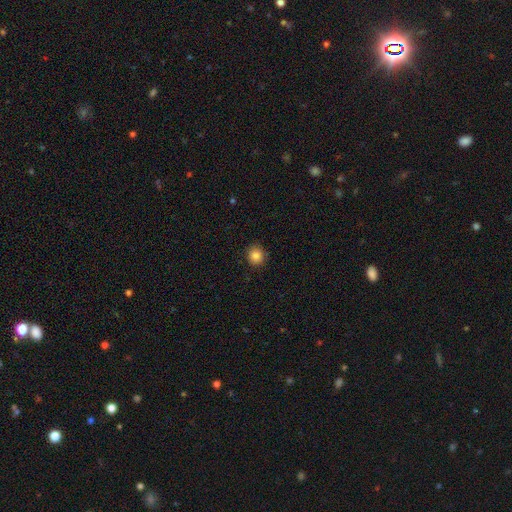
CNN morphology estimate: This is clearly a smooth galaxy (84%). How rounded: clearly round (90%). Merging: clearly none (87%).